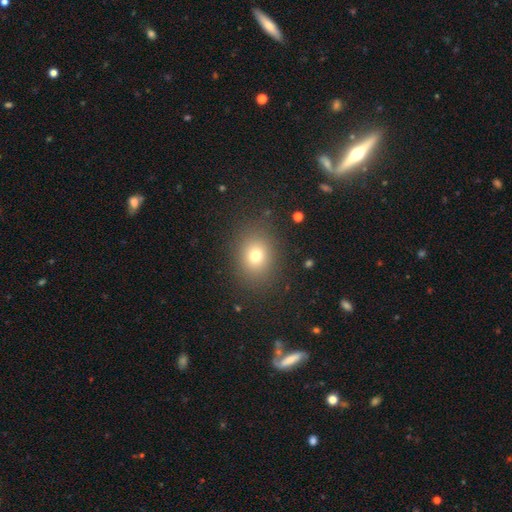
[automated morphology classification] Smooth or featured? smooth (74%)
How rounded? round (63%)
Merging? none (85%)